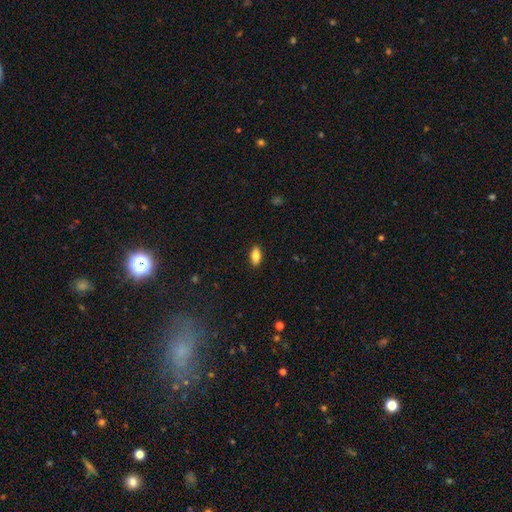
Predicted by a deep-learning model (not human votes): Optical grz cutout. It shows a smooth galaxy with no disk features (83%) that is in between round and cigar-shaped (87%). Merging: none (89%).